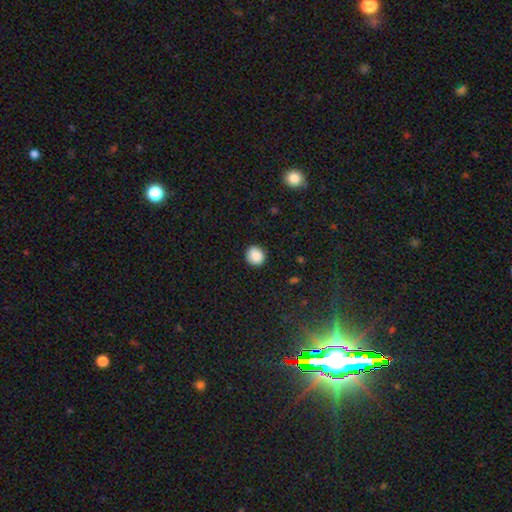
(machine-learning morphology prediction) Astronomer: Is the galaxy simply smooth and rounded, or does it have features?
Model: smooth — 88%.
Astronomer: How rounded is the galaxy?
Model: round — 84%.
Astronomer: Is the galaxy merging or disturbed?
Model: none — 89%.